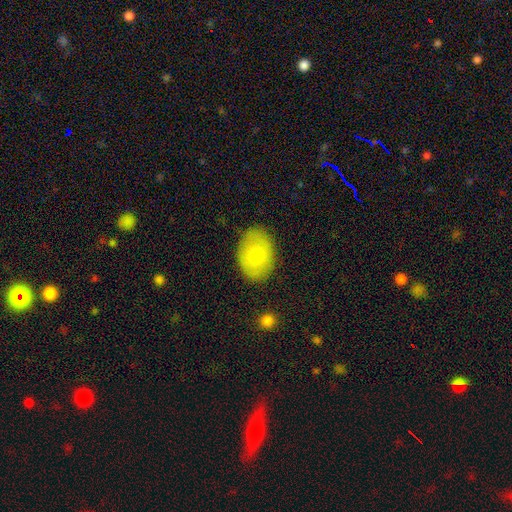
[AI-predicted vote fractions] A smooth galaxy with no disk features (70%) that is in between round and cigar-shaped (80%).

Vote fractions:
- Smooth or featured? smooth: 70% / featured or disk: 24% / star or artifact: 6%
- How rounded? in between: 80% / round: 19% / cigar-shaped: 1%
- Merging? none: 84% / minor disturbance: 11% / major disturbance: 3% / merger: 1%